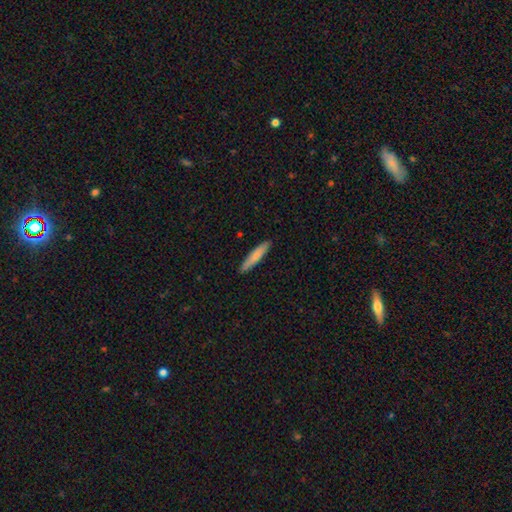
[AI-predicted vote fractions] Smooth or featured: smooth — 72% (featured or disk — 22%)
How rounded: cigar-shaped — 91% (in between — 8%)
Merging: none — 90% (minor disturbance — 7%)